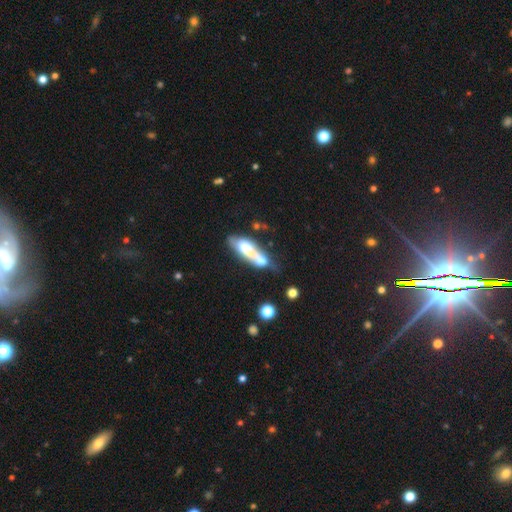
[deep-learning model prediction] Q: Smooth or featured?
A: smooth (49%); runner-up: featured or disk (38%)
Q: Merging?
A: merger (41%); runner-up: none (30%)